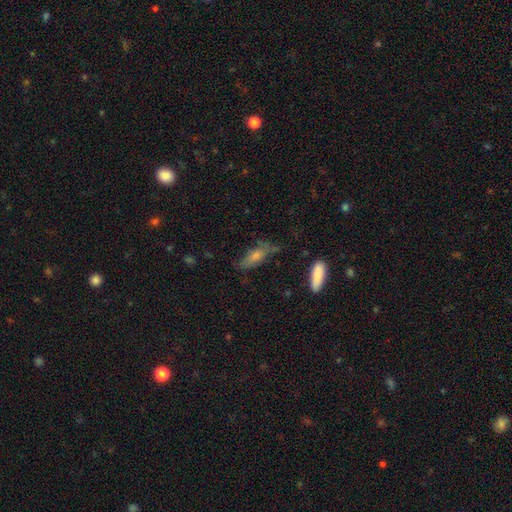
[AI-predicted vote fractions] Morphology: type=smooth (66%); roundness=in between (56%); merging=none (56%).